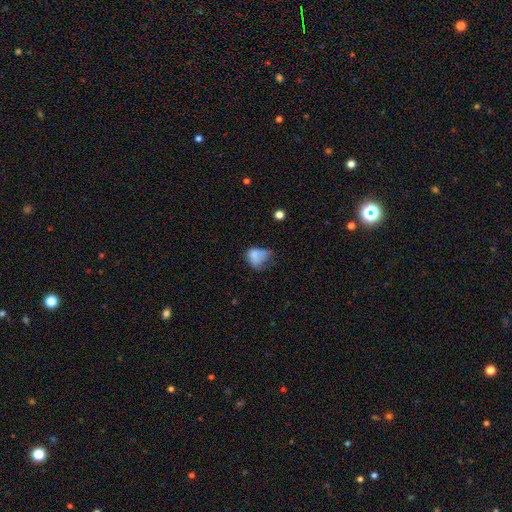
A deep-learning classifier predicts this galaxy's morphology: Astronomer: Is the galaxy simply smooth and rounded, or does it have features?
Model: smooth — 69%.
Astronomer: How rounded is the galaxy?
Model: in between — 66%.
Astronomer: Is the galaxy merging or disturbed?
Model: major disturbance — 37% (runner-up: minor disturbance, 32%).